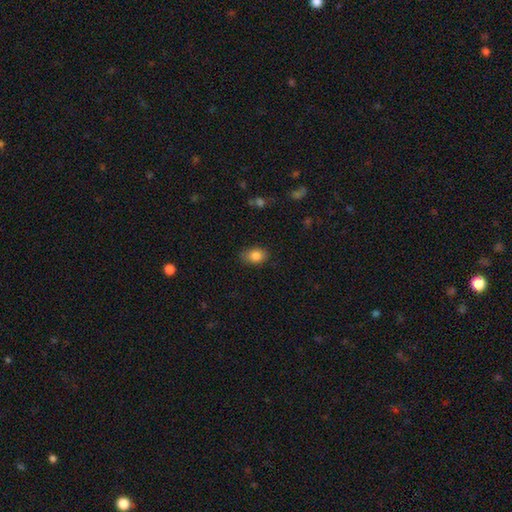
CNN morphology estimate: A smooth galaxy with no disk features (84%) that is in between round and cigar-shaped (79%). Merging: none (79%).